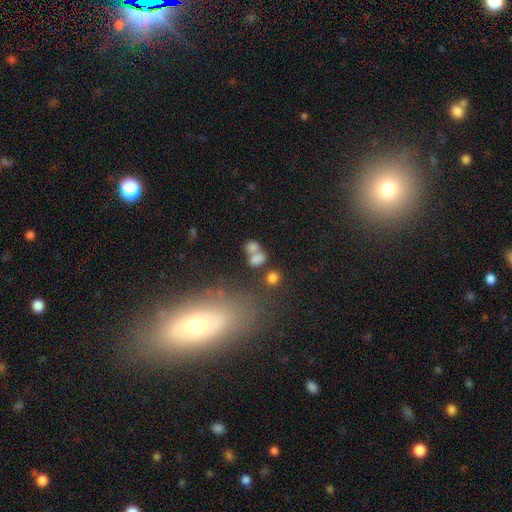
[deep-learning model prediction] Morphology: type=smooth (70%); roundness=in between (59%); merging=merger (53%).